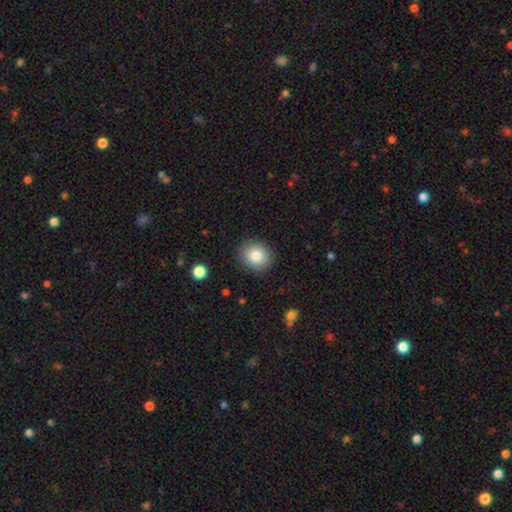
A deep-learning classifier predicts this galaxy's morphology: smooth 83%, star or artifact 9%, featured or disk 8%. Down the decision tree: how rounded — round (72%); merging — none (88%).